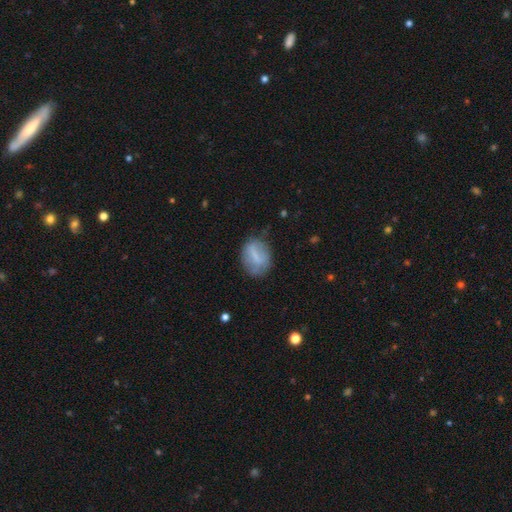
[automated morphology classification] Smooth or featured? smooth (62%)
How rounded? in between (70%)
Merging? none (67%)